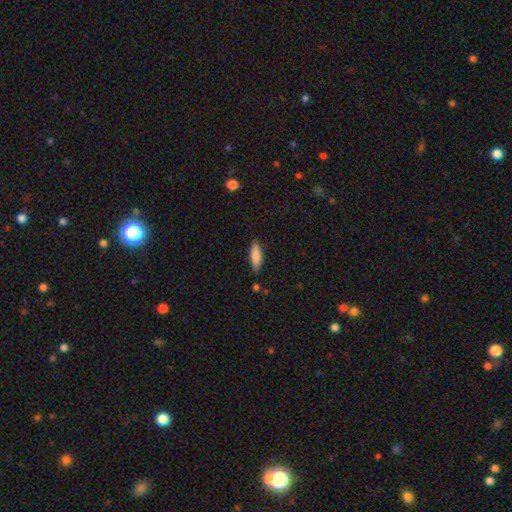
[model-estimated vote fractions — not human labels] smooth-or-featured: smooth: 82% | featured or disk: 11% | star or artifact: 6%
  how-rounded: cigar-shaped: 57% | in between: 41% | round: 2%
  merging: none: 82% | minor disturbance: 13% | major disturbance: 3% | merger: 2%